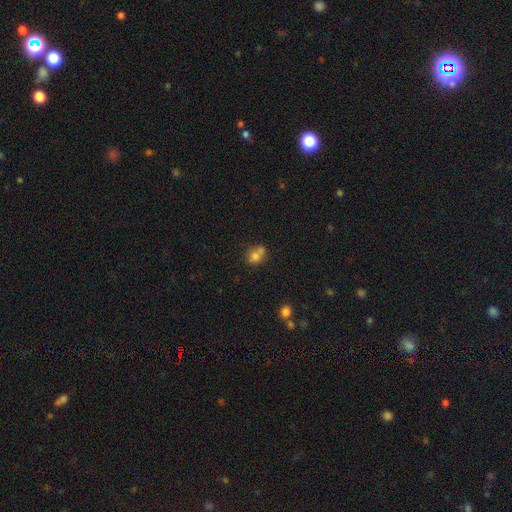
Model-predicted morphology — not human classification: Smooth or featured?
  - smooth: 74% *
  - featured or disk: 14%
  - star or artifact: 11%
How rounded?
  - round: 64% *
  - in between: 35%
  - cigar-shaped: 1%
Merging?
  - merger: 42% *
  - none: 40%
  - minor disturbance: 13%
  - major disturbance: 5%